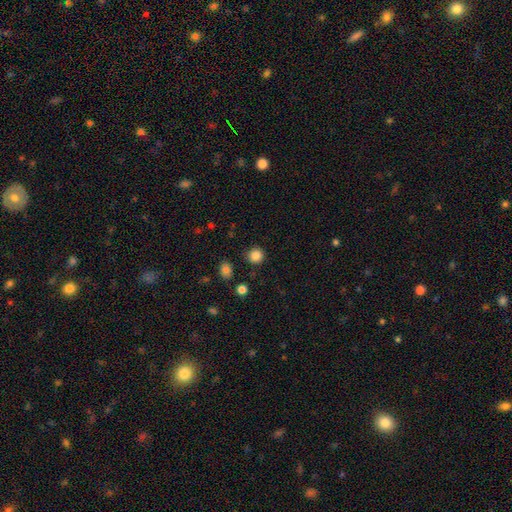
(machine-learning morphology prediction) Smooth or featured? Predicted: smooth (p=0.85). How rounded? Predicted: round (p=0.92). Merging? Predicted: none (p=0.88).